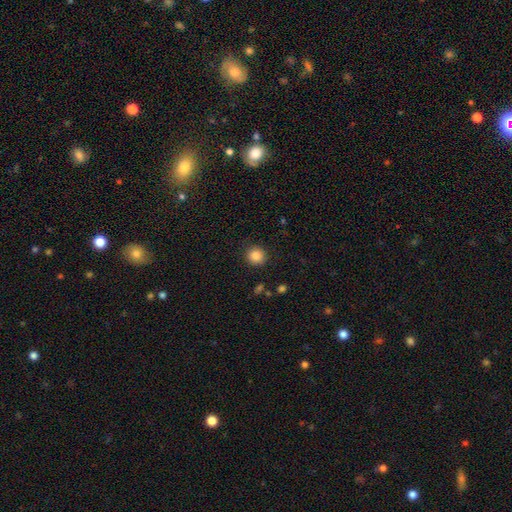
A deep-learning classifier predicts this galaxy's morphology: Smooth or featured?
  - smooth: 86% *
  - star or artifact: 10%
  - featured or disk: 4%
How rounded?
  - round: 91% *
  - in between: 8%
  - cigar-shaped: 1%
Merging?
  - none: 90% *
  - minor disturbance: 6%
  - major disturbance: 2%
  - merger: 1%